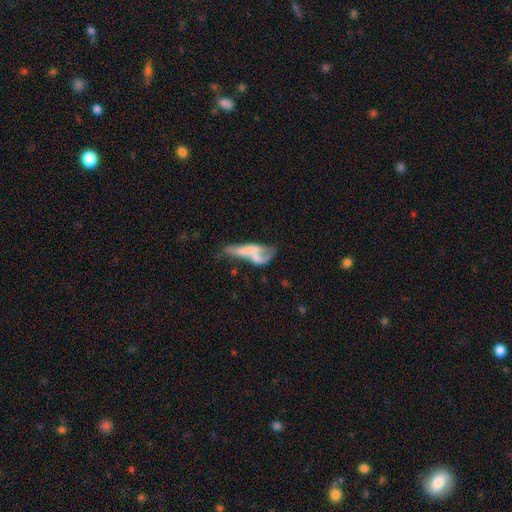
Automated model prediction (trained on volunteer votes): The model was most divided on "smooth or featured": smooth: 48%, featured or disk: 43%, star or artifact: 9%. Remaining: merging — merger (40%).